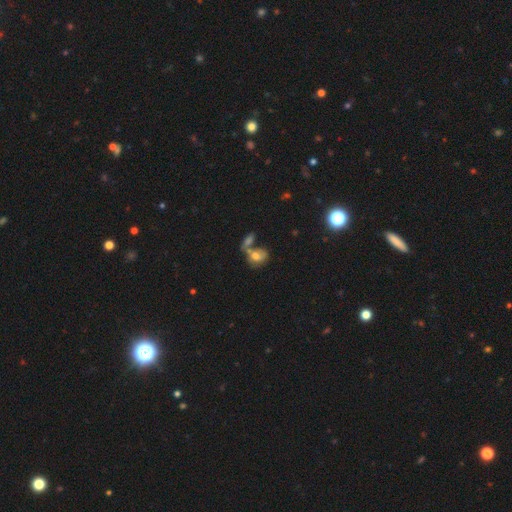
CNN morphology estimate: This is likely a smooth galaxy (65%). How rounded: likely in between (63%). Merging: possibly merger (47%).